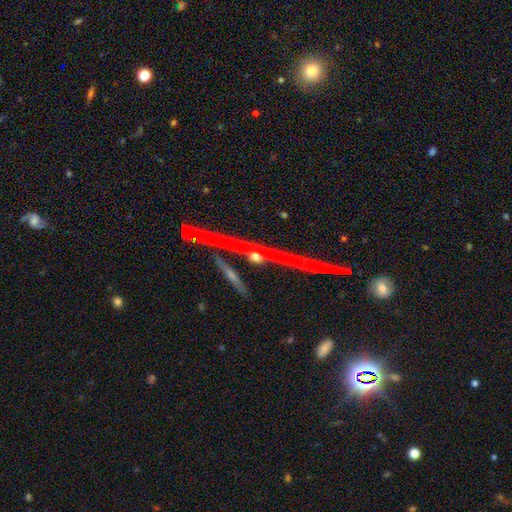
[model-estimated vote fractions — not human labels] A star or artifact, not a galaxy (45%).